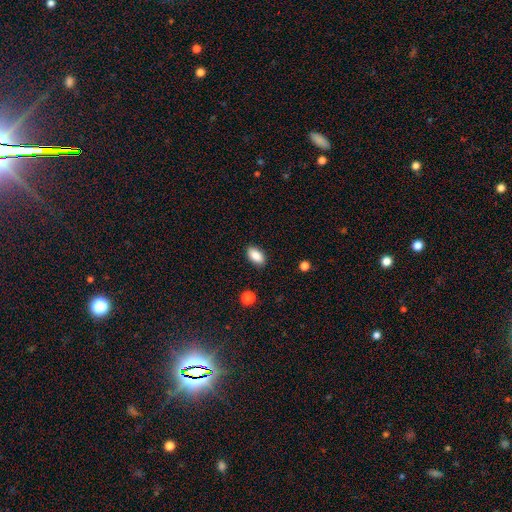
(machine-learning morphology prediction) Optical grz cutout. It shows a smooth galaxy with no disk features (88%) that is in between round and cigar-shaped (93%). Merging: none (88%).